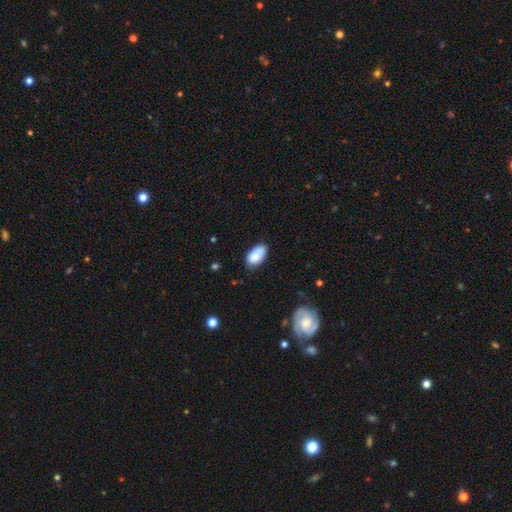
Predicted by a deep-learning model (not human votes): smooth-or-featured: smooth: 83% | featured or disk: 10% | star or artifact: 7%
  how-rounded: in between: 94% | round: 4% | cigar-shaped: 2%
  merging: none: 64% | minor disturbance: 27% | major disturbance: 5% | merger: 4%